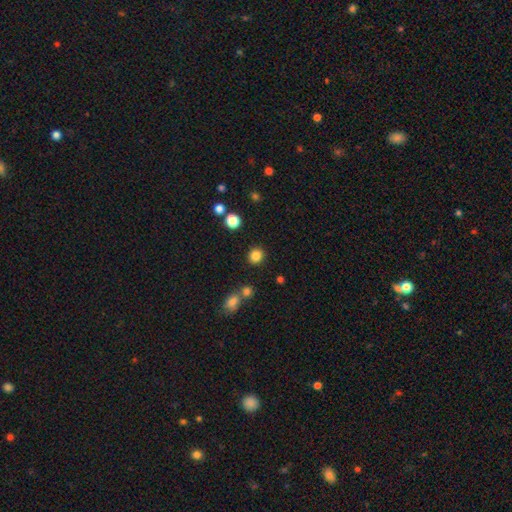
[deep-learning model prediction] A smooth galaxy with no disk features (84%) that is round (88%).

Vote fractions:
- Smooth or featured? smooth: 84% / star or artifact: 12% / featured or disk: 4%
- How rounded? round: 88% / in between: 11% / cigar-shaped: 1%
- Merging? none: 87% / minor disturbance: 6% / merger: 4% / major disturbance: 3%